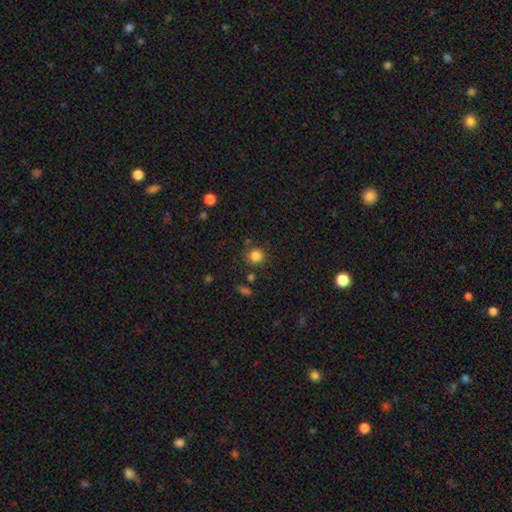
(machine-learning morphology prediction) The model was most divided on "smooth or featured": smooth: 84%, star or artifact: 12%, featured or disk: 4%. More confident: how rounded — round (90%); merging — none (83%).